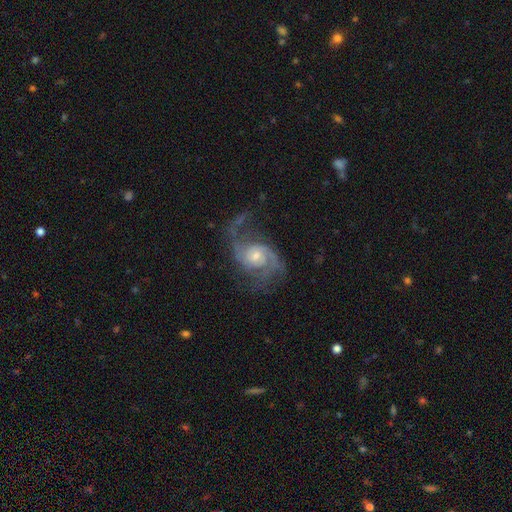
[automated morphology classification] A featured or disk galaxy (88%) with no bar (65%), 2 (77%) medium (48%) spiral arms (96%) and a small central bulge (49%).

Vote fractions:
- Smooth or featured? featured or disk: 88% / smooth: 6% / star or artifact: 6%
- Edge-on disk? no: 98% / yes: 2%
- Bar? no: 65% / weak: 30% / strong: 5%
- Spiral arms? yes: 96% / no: 4%
- Spiral winding? medium: 48% / loose: 33% / tight: 19%
- Spiral arm count? 2: 77% / can't tell: 7% / 3: 6% / 1: 4% / 4: 3% / more than 4: 2%
- Bulge size? small: 49% / moderate: 44% / large: 4% / none: 2% / dominant: 1%
- Merging? none: 59% / major disturbance: 21% / minor disturbance: 18% / merger: 2%